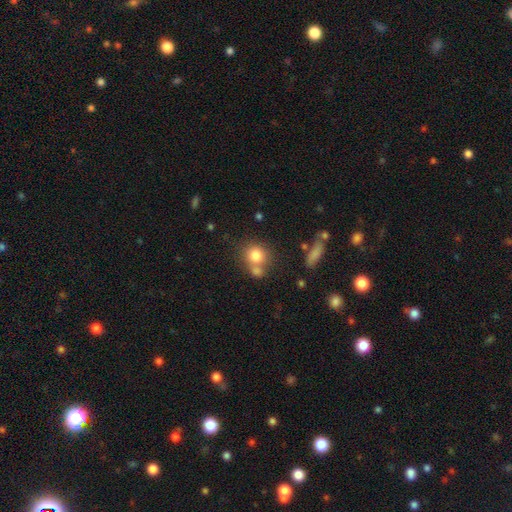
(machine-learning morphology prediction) Smooth or featured? smooth (80%)
How rounded? round (81%)
Merging? none (50%)